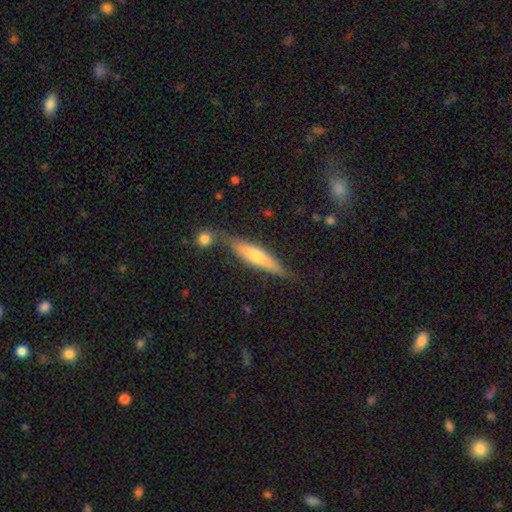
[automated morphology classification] featured or disk 47%, smooth 46%, star or artifact 6%. Down the decision tree: merging — none (67%).